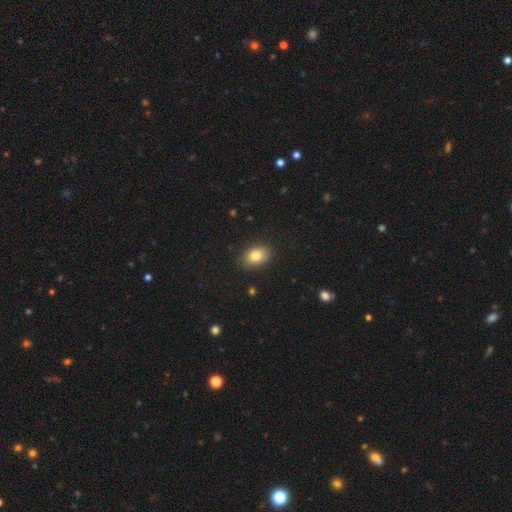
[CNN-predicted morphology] A smooth galaxy with no disk features (81%) that is in between round and cigar-shaped (76%).

Vote fractions:
- Smooth or featured? smooth: 81% / star or artifact: 10% / featured or disk: 9%
- How rounded? in between: 76% / round: 22% / cigar-shaped: 1%
- Merging? none: 86% / minor disturbance: 10% / major disturbance: 2% / merger: 1%